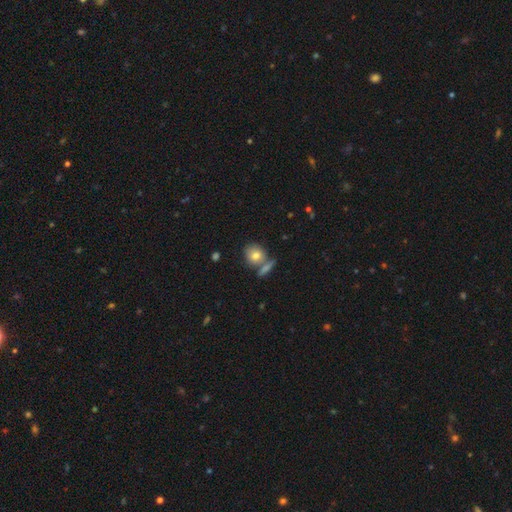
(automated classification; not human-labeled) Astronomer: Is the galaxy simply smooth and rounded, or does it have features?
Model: smooth — 76%.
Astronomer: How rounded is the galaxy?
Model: round — 68%.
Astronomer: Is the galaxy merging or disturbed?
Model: none — 57%.